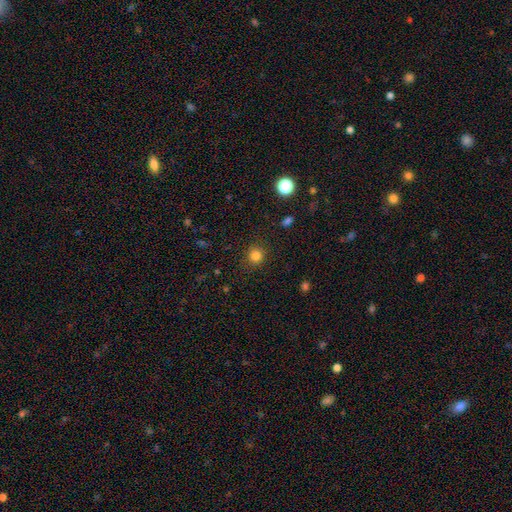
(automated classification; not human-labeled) A smooth galaxy with no disk features (82%) that is round (89%).

Vote fractions:
- Smooth or featured? smooth: 82% / star or artifact: 13% / featured or disk: 5%
- How rounded? round: 89% / in between: 10% / cigar-shaped: 1%
- Merging? none: 87% / minor disturbance: 9% / major disturbance: 3% / merger: 1%